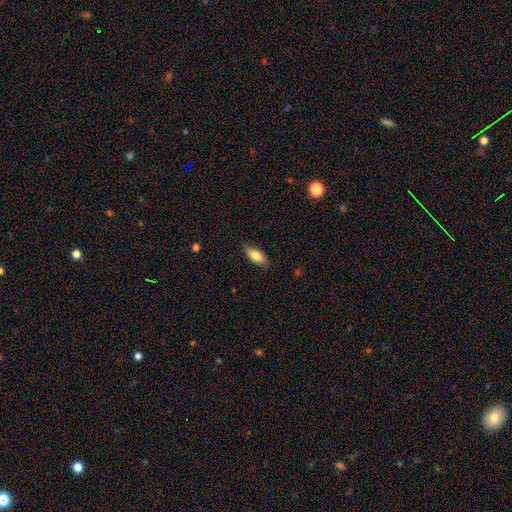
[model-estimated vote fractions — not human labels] smooth-or-featured: smooth: 81% | featured or disk: 13% | star or artifact: 7%
  how-rounded: in between: 80% | cigar-shaped: 18% | round: 2%
  merging: none: 83% | minor disturbance: 14% | major disturbance: 2% | merger: 1%